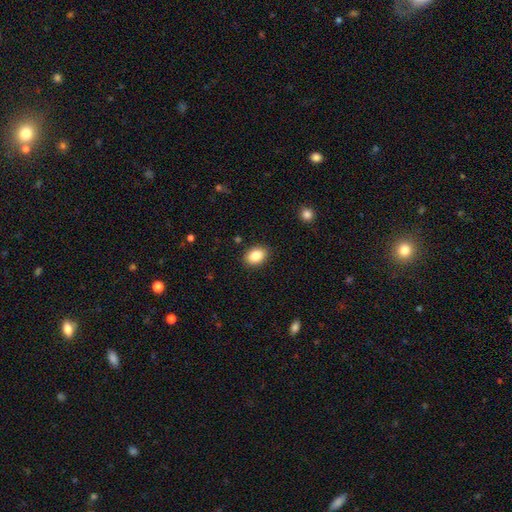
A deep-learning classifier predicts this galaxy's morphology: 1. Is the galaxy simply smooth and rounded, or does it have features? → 87% smooth, 8% star or artifact, 5% featured or disk.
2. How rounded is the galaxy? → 80% in between, 19% round, 1% cigar-shaped.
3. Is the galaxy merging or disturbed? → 87% none, 9% minor disturbance, 2% major disturbance, 1% merger.